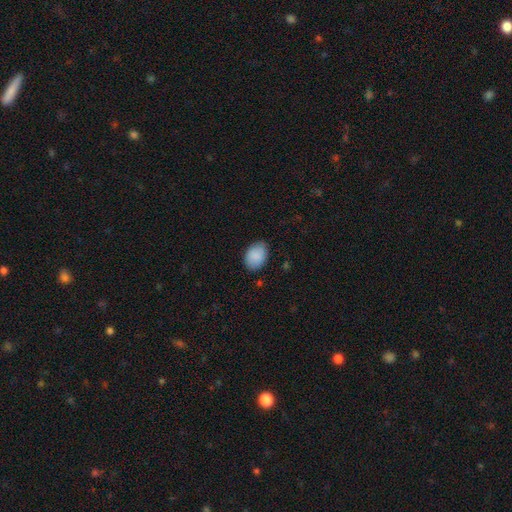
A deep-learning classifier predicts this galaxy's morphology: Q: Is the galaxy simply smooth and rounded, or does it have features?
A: smooth — 88%.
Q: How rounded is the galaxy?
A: in between — 80%.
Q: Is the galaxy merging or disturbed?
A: none — 78%.